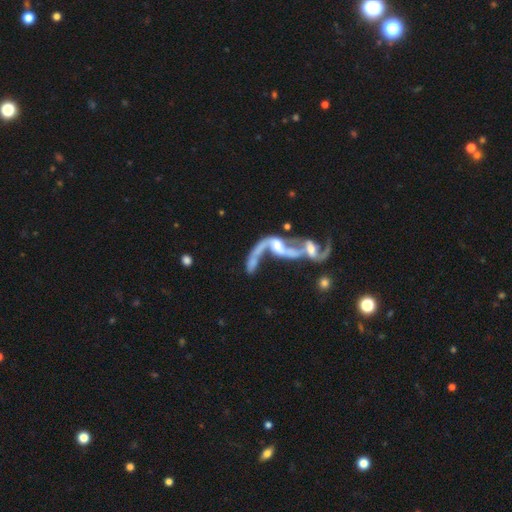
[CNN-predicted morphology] featured or disk 78%, smooth 12%, star or artifact 10%. Down the decision tree: edge-on disk — no (91%); bar — no (54%); spiral arms — yes (75%); spiral arm count — 2 (72%); spiral winding — loose (88%); bulge size — moderate (35%); merging — merger (66%).